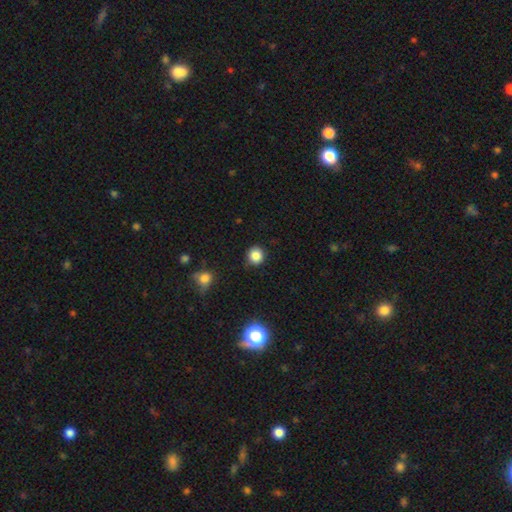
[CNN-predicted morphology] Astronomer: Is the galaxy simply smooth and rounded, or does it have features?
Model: smooth — 85%.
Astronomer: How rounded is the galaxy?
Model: round — 89%.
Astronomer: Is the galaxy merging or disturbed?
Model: none — 87%.